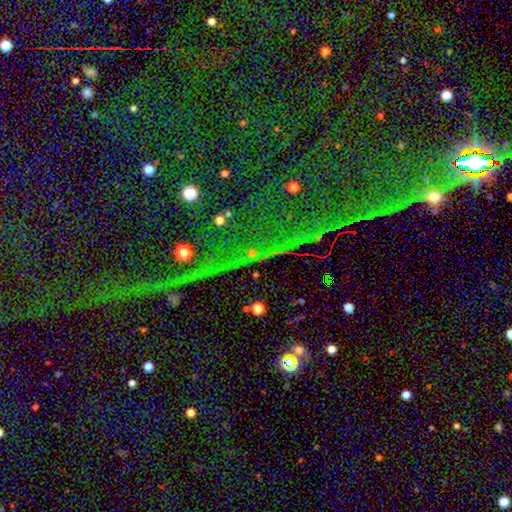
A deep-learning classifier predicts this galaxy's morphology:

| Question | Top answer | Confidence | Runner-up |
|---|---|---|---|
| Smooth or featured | star or artifact | 84% | smooth (8%) |